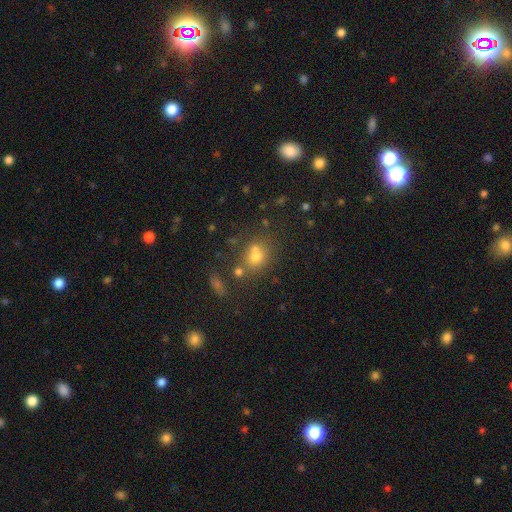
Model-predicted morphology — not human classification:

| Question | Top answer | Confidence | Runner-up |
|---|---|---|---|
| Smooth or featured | smooth | 65% | star or artifact (20%) |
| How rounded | round | 68% | in between (30%) |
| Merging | none | 51% | merger (31%) |